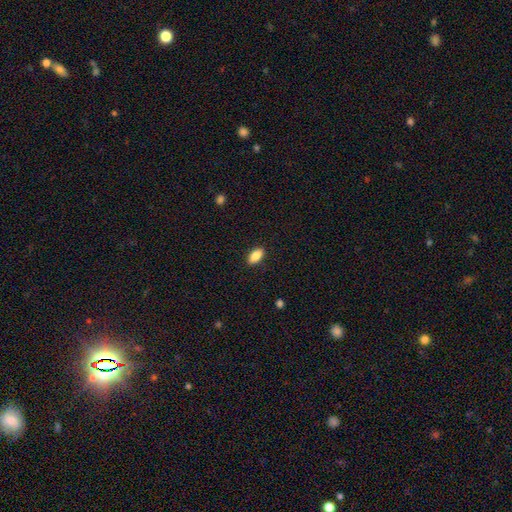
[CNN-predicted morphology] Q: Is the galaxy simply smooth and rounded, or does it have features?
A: smooth — 87%.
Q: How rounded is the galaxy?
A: in between — 90%.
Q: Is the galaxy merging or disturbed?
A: none — 89%.